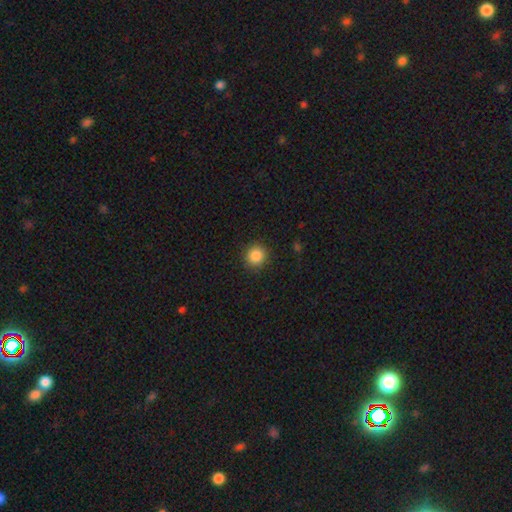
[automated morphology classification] Smooth or featured? smooth (86%)
How rounded? round (92%)
Merging? none (91%)